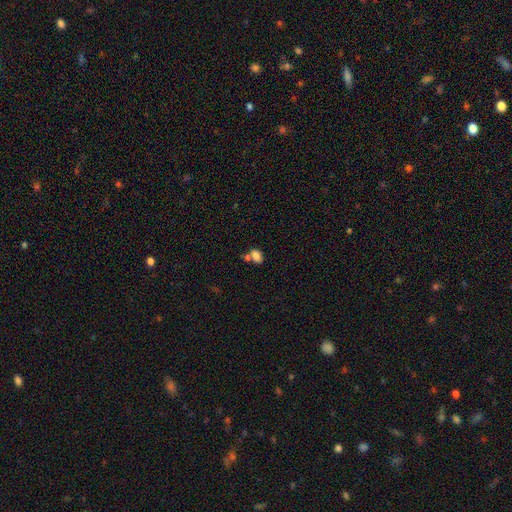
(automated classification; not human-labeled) A smooth galaxy with no disk features (80%) that is in between round and cigar-shaped (79%).

Vote fractions:
- Smooth or featured? smooth: 80% / star or artifact: 12% / featured or disk: 8%
- How rounded? in between: 79% / round: 20% / cigar-shaped: 2%
- Merging? none: 48% / merger: 31% / minor disturbance: 14% / major disturbance: 6%